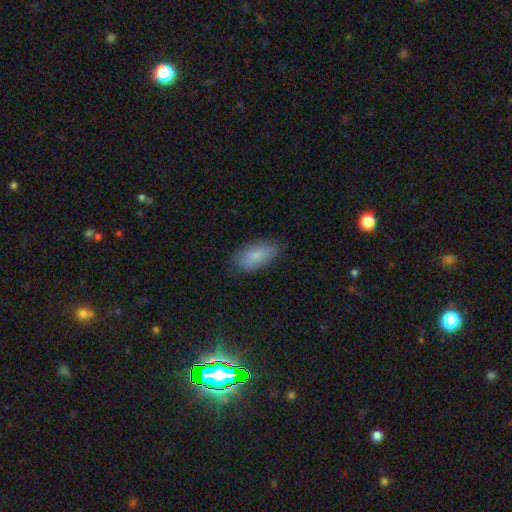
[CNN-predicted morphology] A smooth galaxy with no disk features (82%) that is in between round and cigar-shaped (90%). Merging: none (82%).